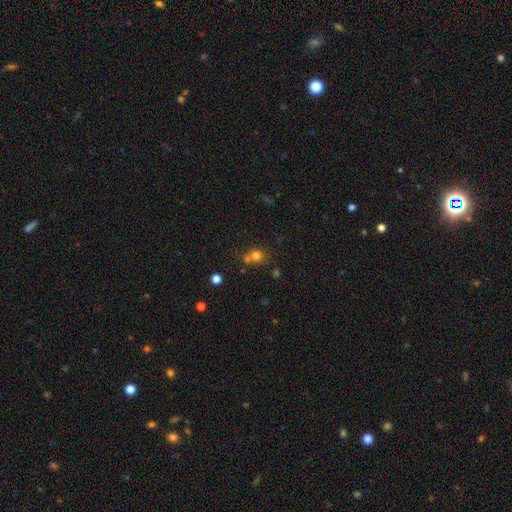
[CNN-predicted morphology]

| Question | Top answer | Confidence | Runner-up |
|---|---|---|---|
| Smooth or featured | smooth | 73% | star or artifact (17%) |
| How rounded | round | 79% | in between (20%) |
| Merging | none | 51% | merger (35%) |